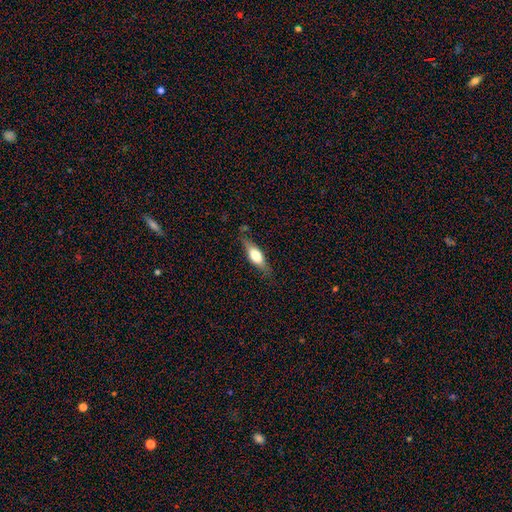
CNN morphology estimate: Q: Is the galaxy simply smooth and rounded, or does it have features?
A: smooth — 53%.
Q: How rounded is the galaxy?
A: in between — 56%.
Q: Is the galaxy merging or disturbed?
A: none — 76%.